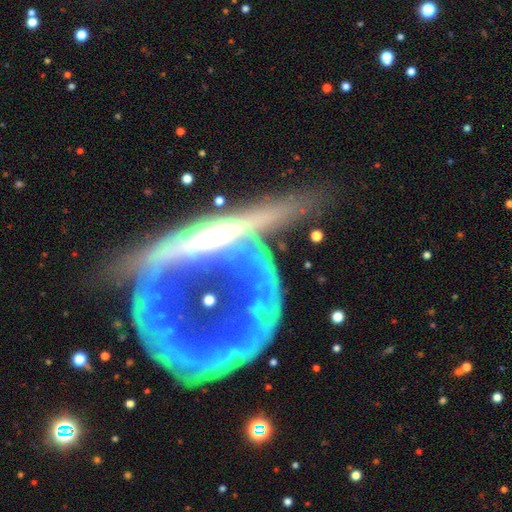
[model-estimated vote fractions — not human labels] smooth_or_featured: featured or disk (p=0.73) [alt: smooth p=0.15]
disk_edge_on: yes (p=0.59) [alt: no p=0.41]
merging: major disturbance (p=0.32) [alt: none p=0.28]